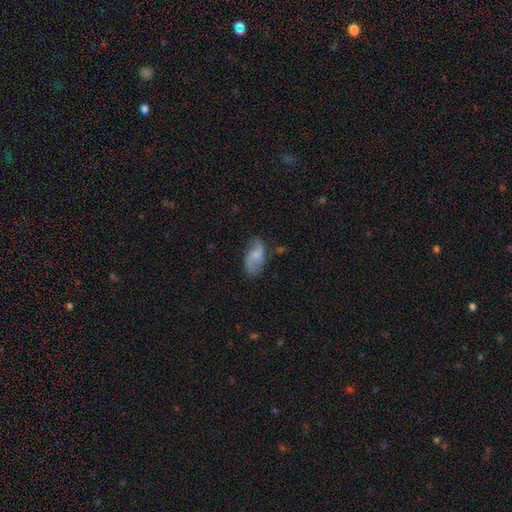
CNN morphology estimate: A featured or disk galaxy (62%) with no bar (49%), 2 (89%) loose (66%) spiral arms (91%) and no central bulge (39%). Merging: none (70%).